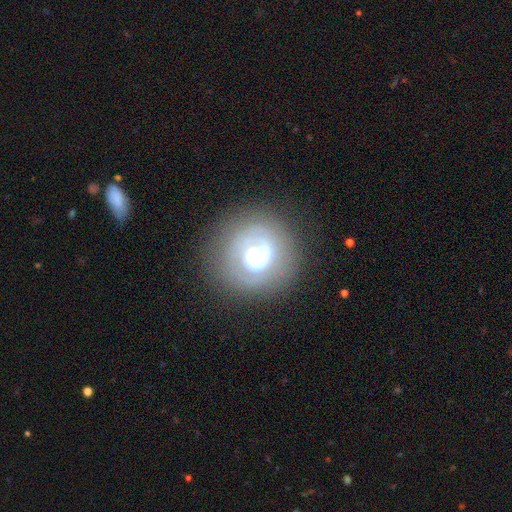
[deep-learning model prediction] smooth-or-featured: featured or disk: 59% | smooth: 31% | star or artifact: 10%
  disk-edge-on: no: 96% | yes: 4%
    bar: no: 78% | weak: 16% | strong: 6%
    has-spiral-arms: no: 60% | yes: 40%
    bulge-size: moderate: 57% | large: 27% | small: 9% | dominant: 5% | none: 2%
  merging: none: 73% | minor disturbance: 15% | major disturbance: 10% | merger: 2%